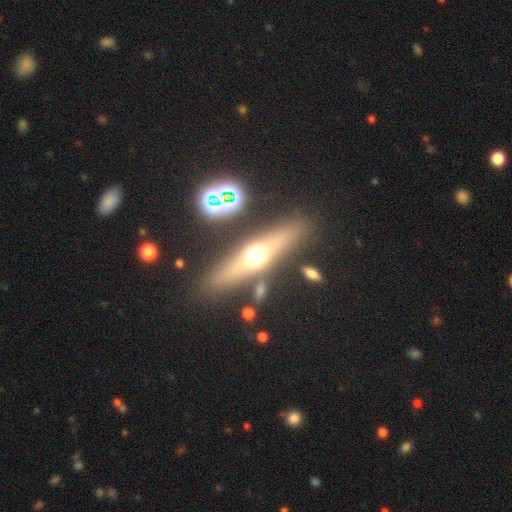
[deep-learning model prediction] A featured or disk galaxy (52%) viewed edge-on (87%).

Vote fractions:
- Smooth or featured? featured or disk: 52% / smooth: 36% / star or artifact: 12%
- Edge-on disk? yes: 87% / no: 13%
- Merging? none: 84% / minor disturbance: 9% / merger: 4% / major disturbance: 3%